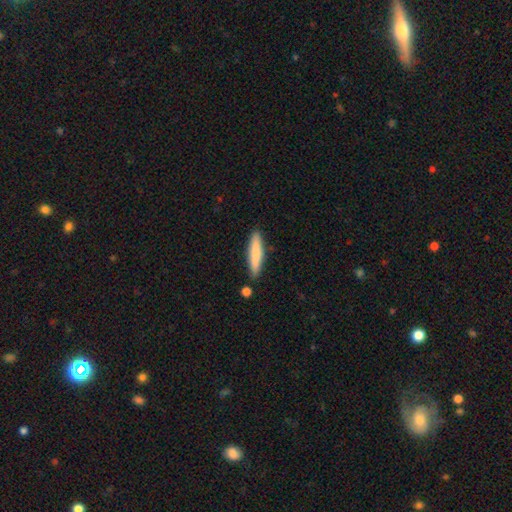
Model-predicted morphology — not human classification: Smooth or featured? Predicted: smooth (p=0.80). How rounded? Predicted: cigar-shaped (p=0.86). Merging? Predicted: none (p=0.84).